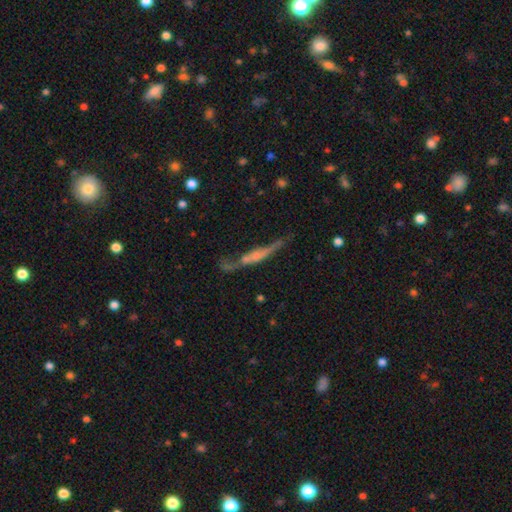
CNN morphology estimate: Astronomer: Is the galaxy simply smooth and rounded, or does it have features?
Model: featured or disk — 59%.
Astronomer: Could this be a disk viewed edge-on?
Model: yes — 81%.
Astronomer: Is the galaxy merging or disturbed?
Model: none — 46% (runner-up: minor disturbance, 22%).